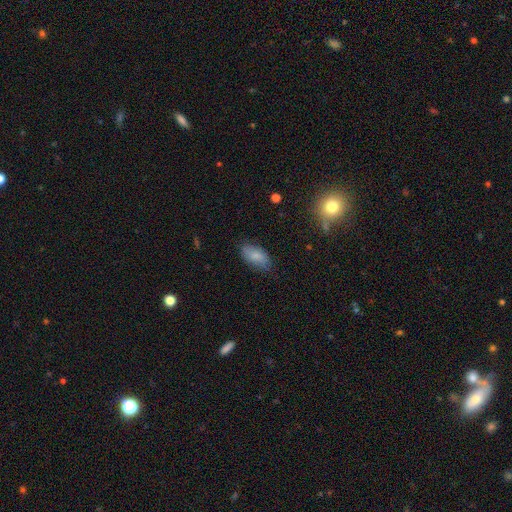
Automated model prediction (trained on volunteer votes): Smooth or featured? Predicted: smooth (p=0.83). How rounded? Predicted: in between (p=0.92). Merging? Predicted: none (p=0.77).